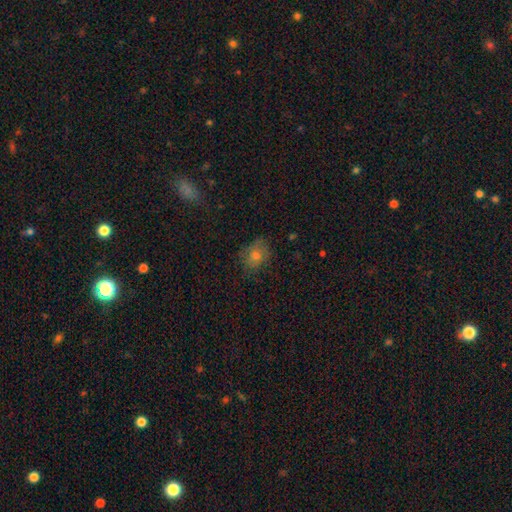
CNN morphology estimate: A smooth galaxy with no disk features (69%) that is round (51%).

Vote fractions:
- Smooth or featured? smooth: 69% / star or artifact: 16% / featured or disk: 15%
- How rounded? round: 51% / in between: 47% / cigar-shaped: 1%
- Merging? none: 73% / minor disturbance: 20% / major disturbance: 6% / merger: 2%